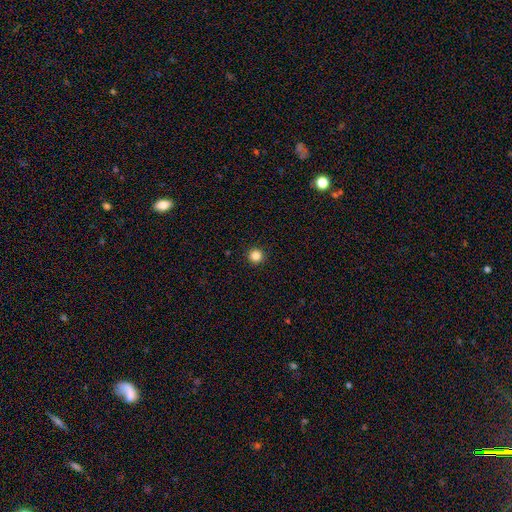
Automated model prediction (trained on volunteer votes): Overall: smooth (86%). How rounded: round (96%). Merging: none (94%).